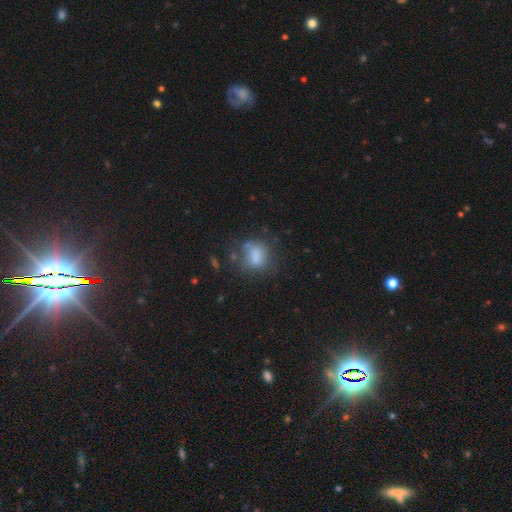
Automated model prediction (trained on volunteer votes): Q: Smooth or featured?
A: smooth (72%); runner-up: featured or disk (17%)
Q: How rounded?
A: round (49%); tied with: in between (49%)
Q: Merging?
A: none (48%); runner-up: minor disturbance (23%)